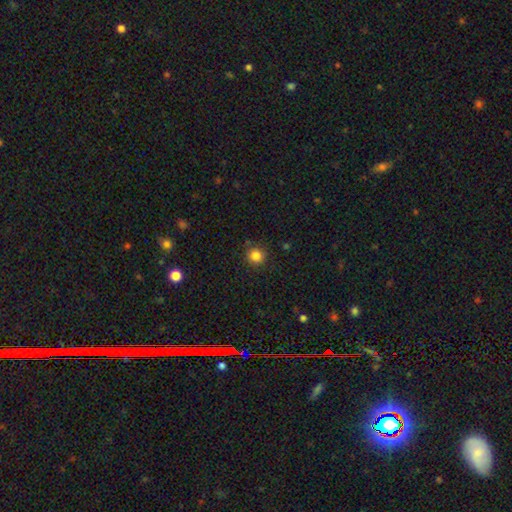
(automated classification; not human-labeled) This is clearly a smooth galaxy (83%). How rounded: clearly round (92%). Merging: clearly none (87%).